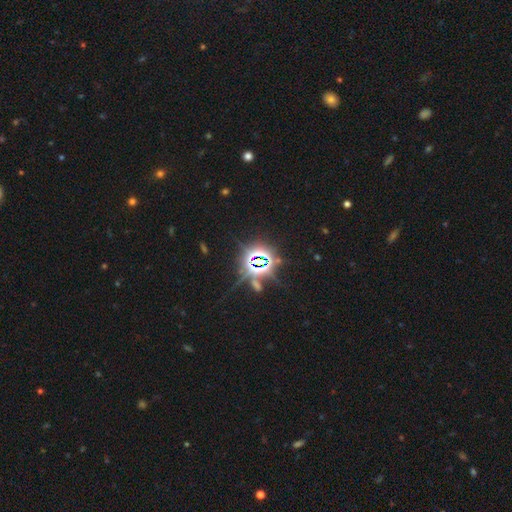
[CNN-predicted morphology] type=star or artifact (83%).